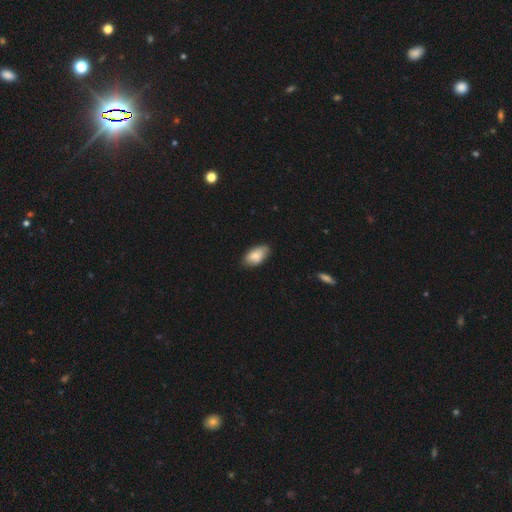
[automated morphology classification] The model was most divided on "merging": none: 78%, minor disturbance: 19%, major disturbance: 2%, merger: 1%. More confident: how rounded — in between (94%); smooth or featured — smooth (83%).